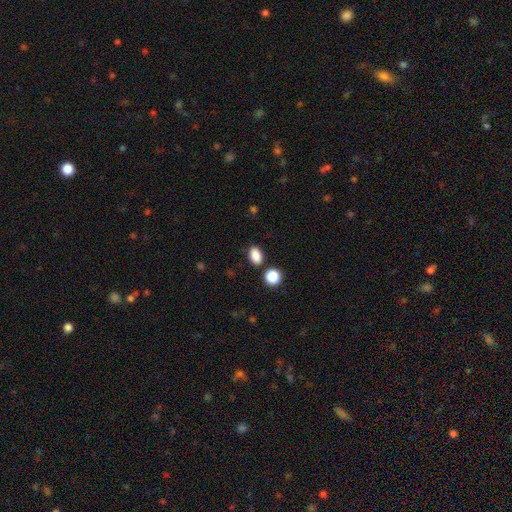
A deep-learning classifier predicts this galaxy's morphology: Smooth or featured: smooth — 87% (star or artifact — 10%)
How rounded: in between — 83% (round — 15%)
Merging: none — 82% (minor disturbance — 10%)